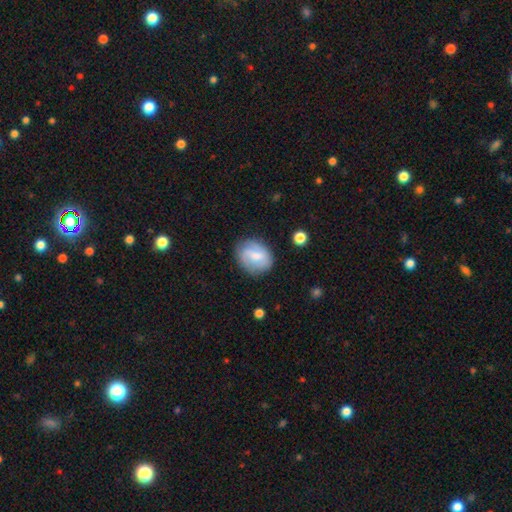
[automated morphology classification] smooth-or-featured: smooth: 53% | featured or disk: 40% | star or artifact: 7%
  how-rounded: in between: 51% | round: 48% | cigar-shaped: 1%
  merging: none: 74% | minor disturbance: 18% | major disturbance: 6% | merger: 2%